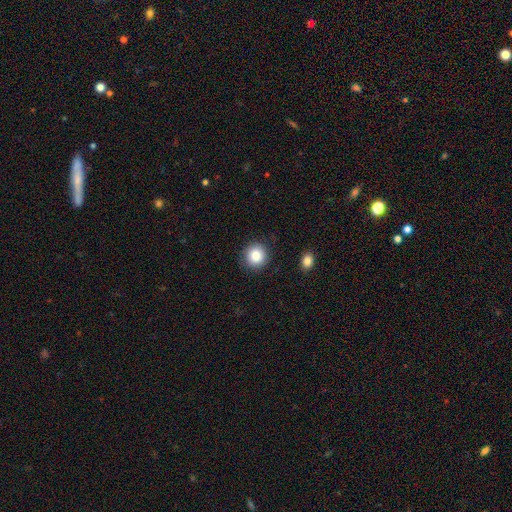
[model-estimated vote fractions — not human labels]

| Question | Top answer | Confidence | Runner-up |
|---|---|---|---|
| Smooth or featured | smooth | 84% | star or artifact (9%) |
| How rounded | round | 90% | in between (9%) |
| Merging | none | 89% | minor disturbance (8%) |